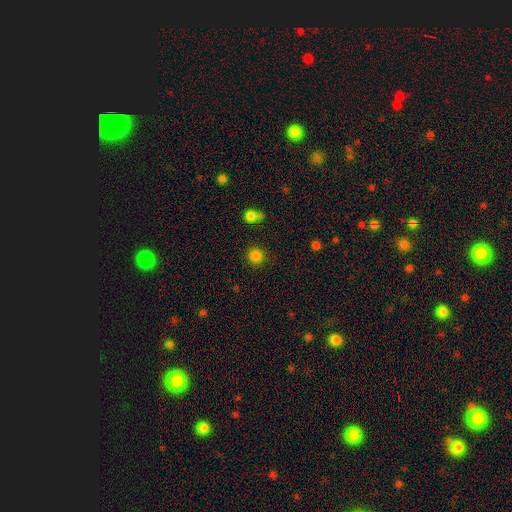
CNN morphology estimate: This appears to be a smooth galaxy with no disk features (83%) that is round (92%). Merging: none (87%).